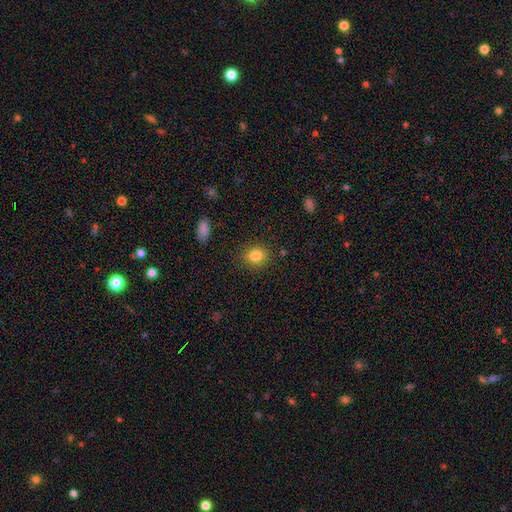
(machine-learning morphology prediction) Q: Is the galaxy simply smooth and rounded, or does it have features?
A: smooth — 84%.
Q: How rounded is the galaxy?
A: round — 74%.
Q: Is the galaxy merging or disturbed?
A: none — 87%.